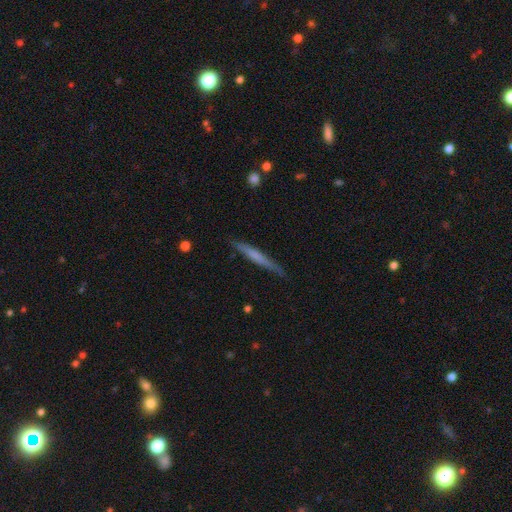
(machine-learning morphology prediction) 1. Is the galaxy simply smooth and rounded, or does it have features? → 51% smooth, 43% featured or disk, 6% star or artifact.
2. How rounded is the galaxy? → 96% cigar-shaped, 3% in between, 1% round.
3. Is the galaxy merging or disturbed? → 85% none, 11% minor disturbance, 2% major disturbance, 1% merger.